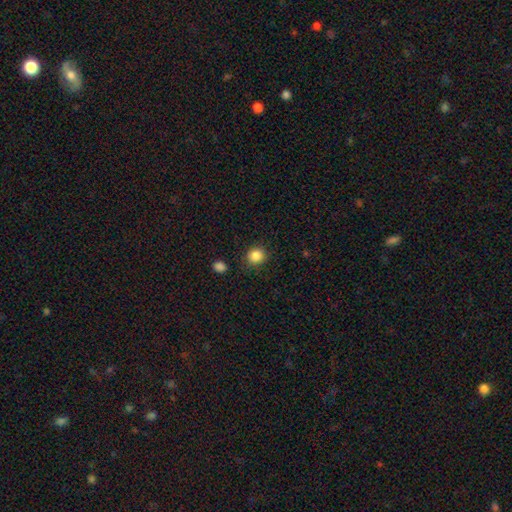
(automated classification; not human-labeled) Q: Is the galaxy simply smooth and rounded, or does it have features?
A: smooth — 86%.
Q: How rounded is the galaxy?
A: round — 83%.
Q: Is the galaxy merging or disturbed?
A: none — 86%.